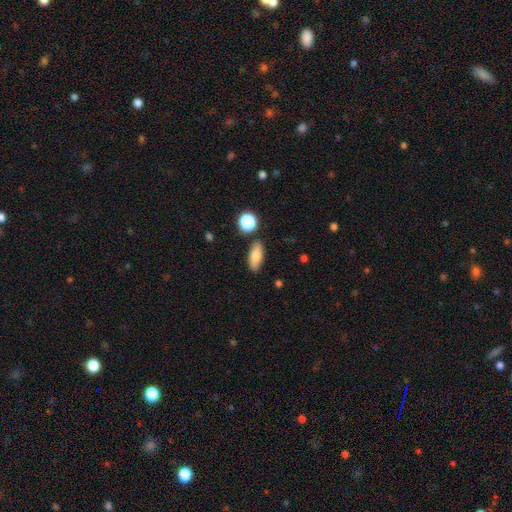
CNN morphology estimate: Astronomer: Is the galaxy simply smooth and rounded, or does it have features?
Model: smooth — 79%.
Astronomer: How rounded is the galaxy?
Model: in between — 78%.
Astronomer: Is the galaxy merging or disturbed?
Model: none — 84%.